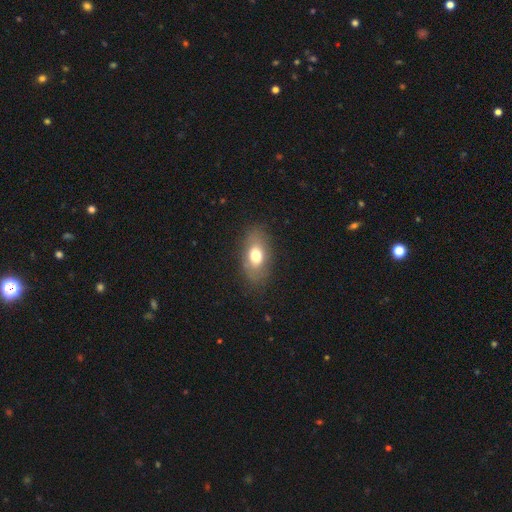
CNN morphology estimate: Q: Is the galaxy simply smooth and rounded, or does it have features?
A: smooth — 68%.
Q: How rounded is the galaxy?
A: in between — 86%.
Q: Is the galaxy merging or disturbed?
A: none — 79%.